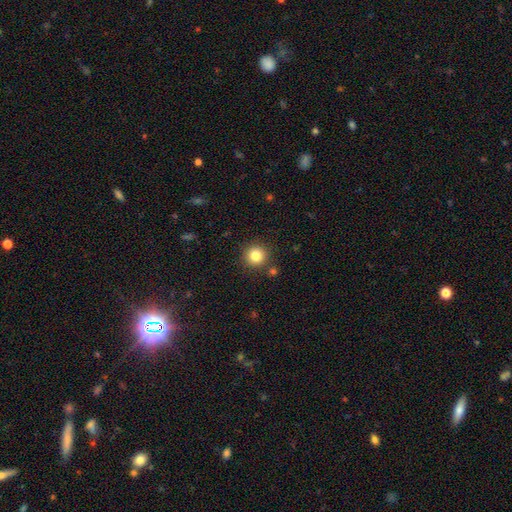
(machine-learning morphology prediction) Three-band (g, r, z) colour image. It shows a smooth galaxy with no disk features (83%) that is round (94%). Merging: none (88%).